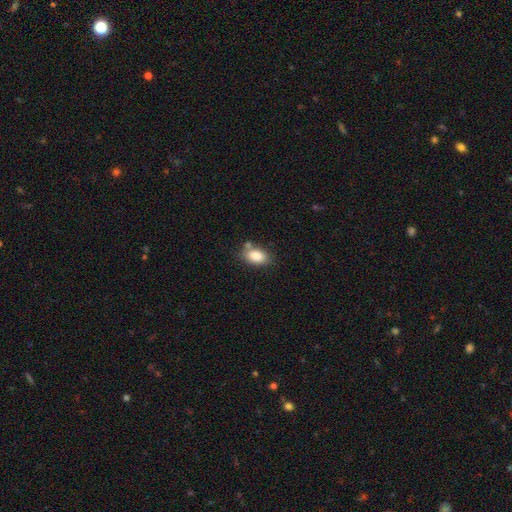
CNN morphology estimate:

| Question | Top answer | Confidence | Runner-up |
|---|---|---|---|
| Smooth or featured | smooth | 86% | star or artifact (8%) |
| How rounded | in between | 88% | round (10%) |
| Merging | none | 67% | minor disturbance (16%) |